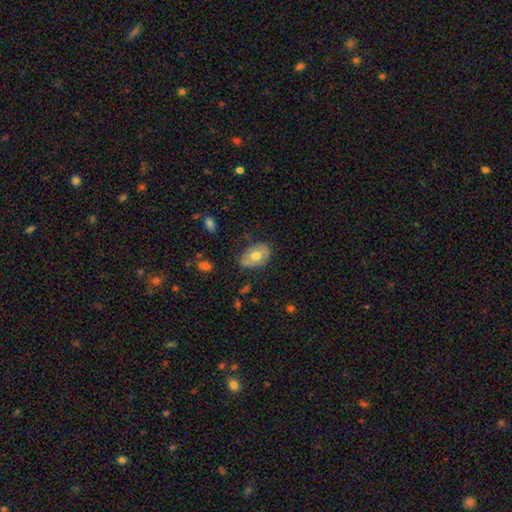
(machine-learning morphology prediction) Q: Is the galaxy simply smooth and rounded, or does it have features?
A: smooth — 62%.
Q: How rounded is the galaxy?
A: in between — 86%.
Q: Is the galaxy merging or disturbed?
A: none — 69%.